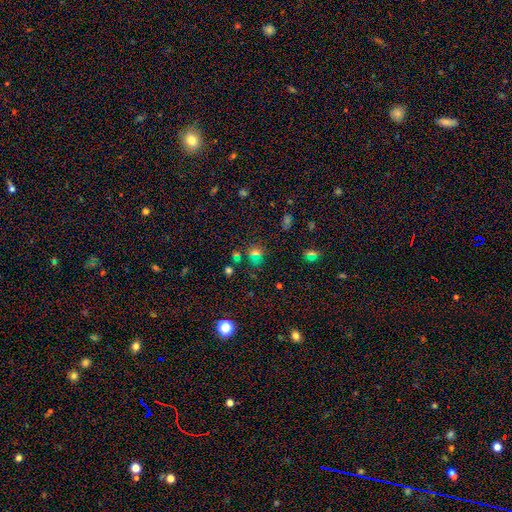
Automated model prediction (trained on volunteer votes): Smooth or featured?
  - smooth: 61% *
  - star or artifact: 30%
  - featured or disk: 9%
How rounded?
  - round: 70% *
  - in between: 28%
  - cigar-shaped: 1%
Merging?
  - none: 69% *
  - minor disturbance: 14%
  - merger: 11%
  - major disturbance: 6%